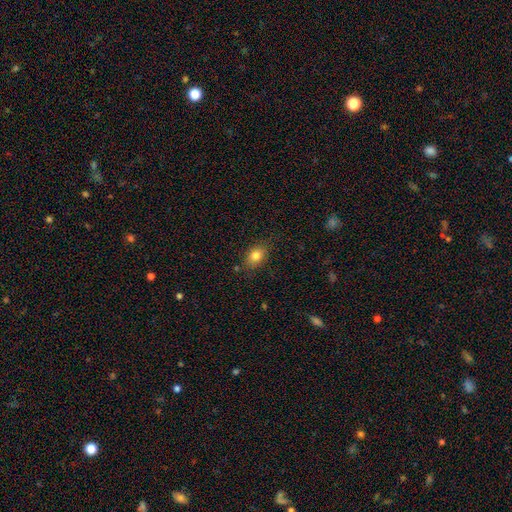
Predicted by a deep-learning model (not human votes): Morphology: type=smooth (82%); roundness=in between (68%); merging=none (81%).